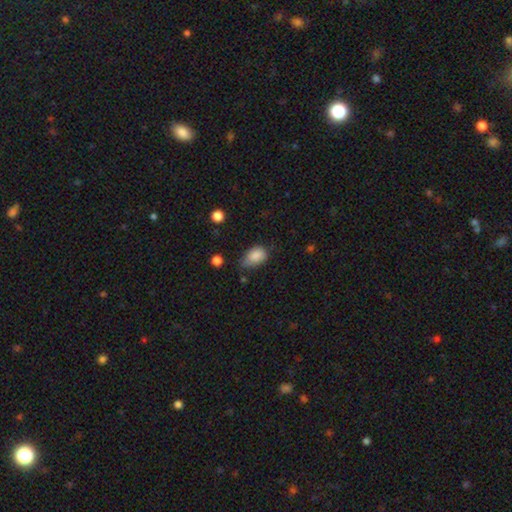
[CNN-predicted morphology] Q: Smooth or featured?
A: smooth (85%); runner-up: star or artifact (9%)
Q: How rounded?
A: in between (82%); runner-up: round (16%)
Q: Merging?
A: minor disturbance (45%); runner-up: none (40%)